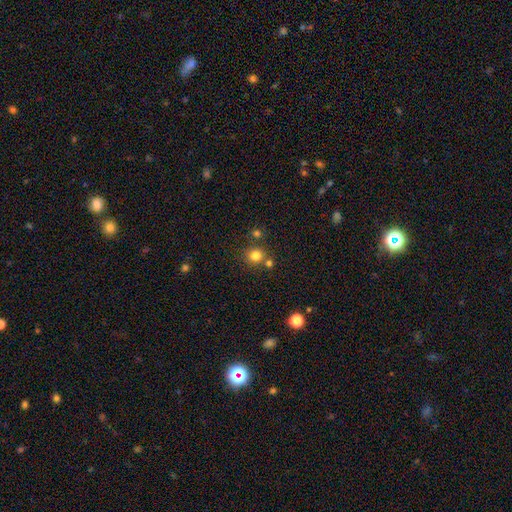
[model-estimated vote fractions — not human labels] smooth-or-featured: smooth: 80% | star or artifact: 14% | featured or disk: 6%
  how-rounded: round: 90% | in between: 9% | cigar-shaped: 1%
  merging: none: 74% | merger: 15% | minor disturbance: 8% | major disturbance: 3%